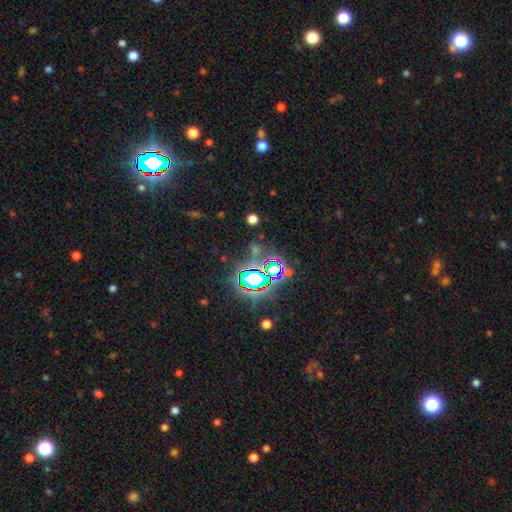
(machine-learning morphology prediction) Overall: star or artifact (74%).